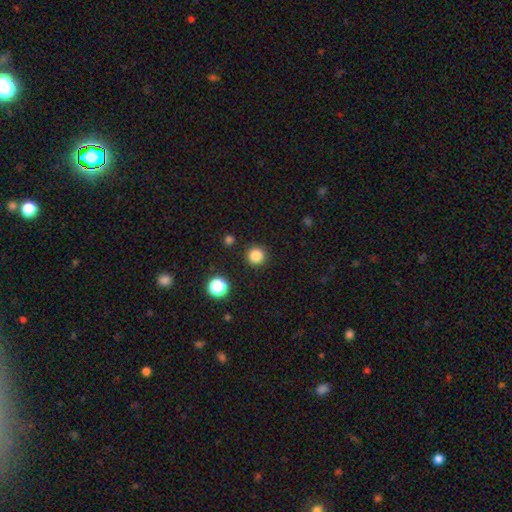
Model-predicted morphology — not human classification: A smooth galaxy with no disk features (84%) that is round (96%).

Vote fractions:
- Smooth or featured? smooth: 84% / star or artifact: 12% / featured or disk: 4%
- How rounded? round: 96% / in between: 3% / cigar-shaped: 1%
- Merging? none: 92% / minor disturbance: 5% / major disturbance: 2% / merger: 2%